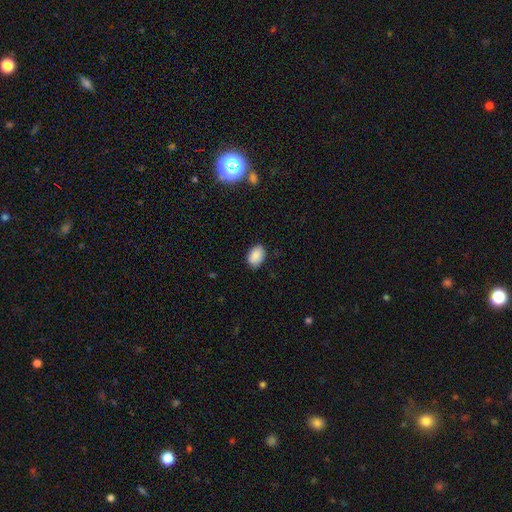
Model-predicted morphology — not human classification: smooth-or-featured: smooth: 89% | star or artifact: 7% | featured or disk: 3%
  how-rounded: in between: 85% | round: 14% | cigar-shaped: 1%
  merging: none: 85% | minor disturbance: 11% | major disturbance: 2% | merger: 1%